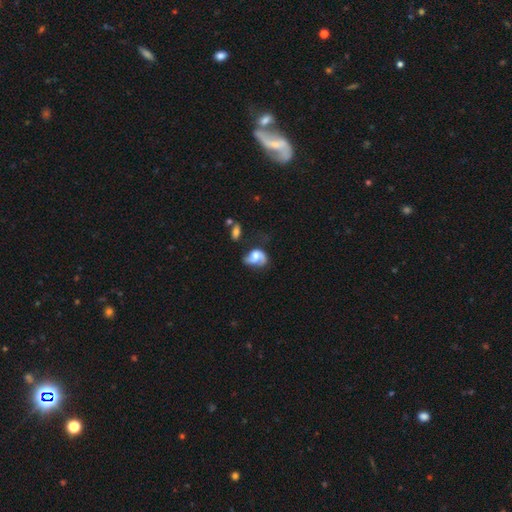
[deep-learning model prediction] Smooth or featured? Predicted: featured or disk (p=0.62). Edge-on disk? Predicted: no (p=0.97). Bar? Predicted: no (p=0.67). Spiral arms? Predicted: yes (p=0.83). Bulge size? Predicted: moderate (p=0.53). Merging? Predicted: none (p=0.38).